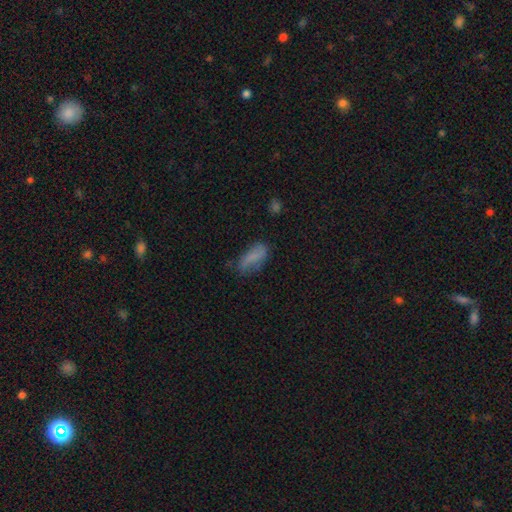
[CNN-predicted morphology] smooth 75%, featured or disk 16%, star or artifact 9%. Down the decision tree: how rounded — in between (83%); merging — none (56%).